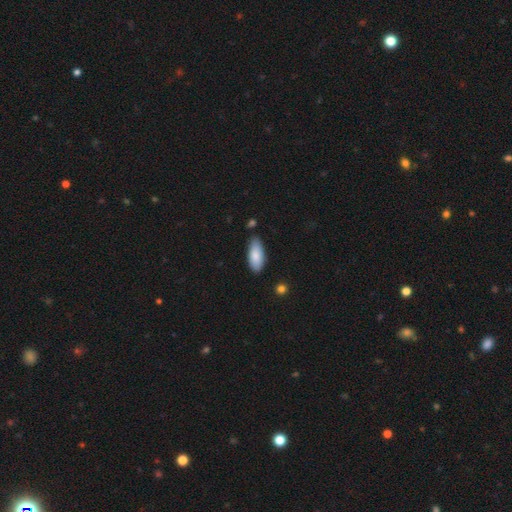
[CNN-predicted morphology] Q: Smooth or featured?
A: smooth (85%); runner-up: featured or disk (9%)
Q: How rounded?
A: in between (84%); runner-up: cigar-shaped (15%)
Q: Merging?
A: none (78%); runner-up: minor disturbance (16%)